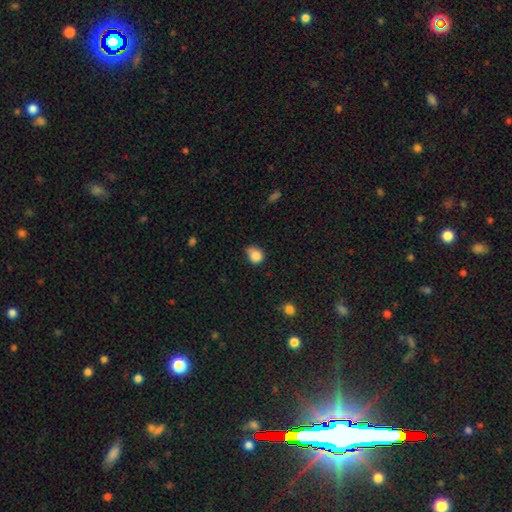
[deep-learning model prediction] A smooth galaxy with no disk features (84%) that is round (69%).

Vote fractions:
- Smooth or featured? smooth: 84% / star or artifact: 10% / featured or disk: 6%
- How rounded? round: 69% / in between: 30% / cigar-shaped: 1%
- Merging? none: 44% / minor disturbance: 39% / major disturbance: 10% / merger: 7%